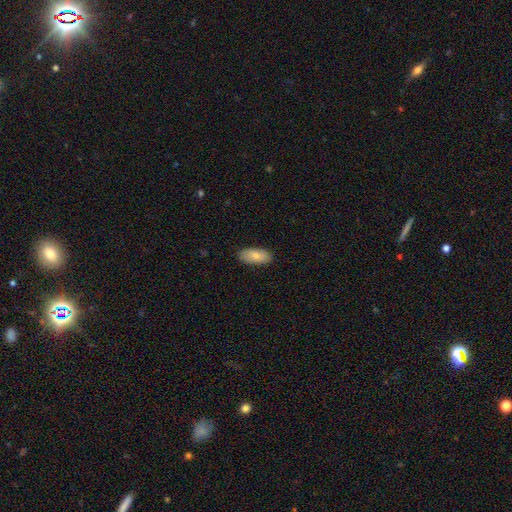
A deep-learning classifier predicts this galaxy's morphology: Smooth or featured? smooth (82%)
How rounded? in between (89%)
Merging? none (89%)